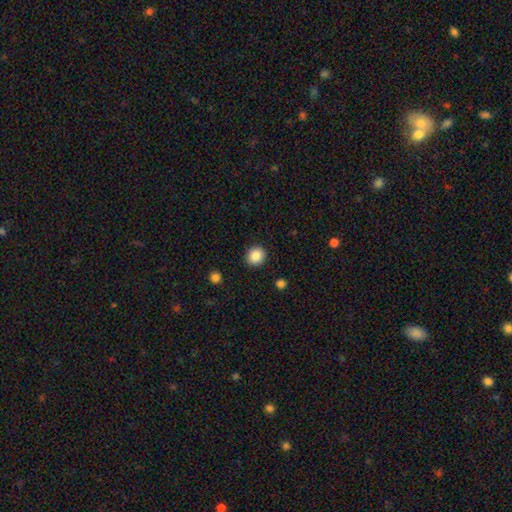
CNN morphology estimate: Overall: smooth (87%). How rounded: round (87%). Merging: none (91%).